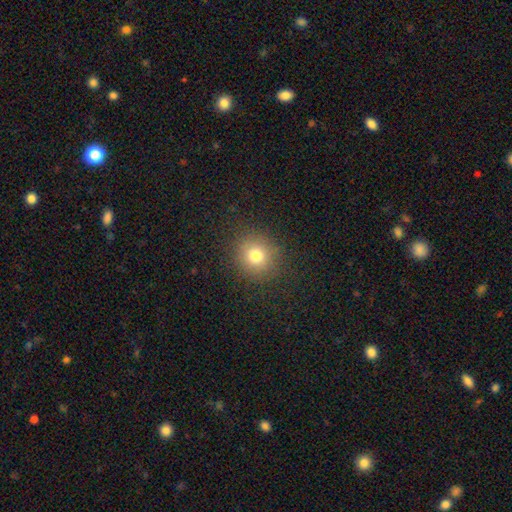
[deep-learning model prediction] smooth 76%, star or artifact 16%, featured or disk 8%. Down the decision tree: how rounded — round (88%); merging — none (87%).